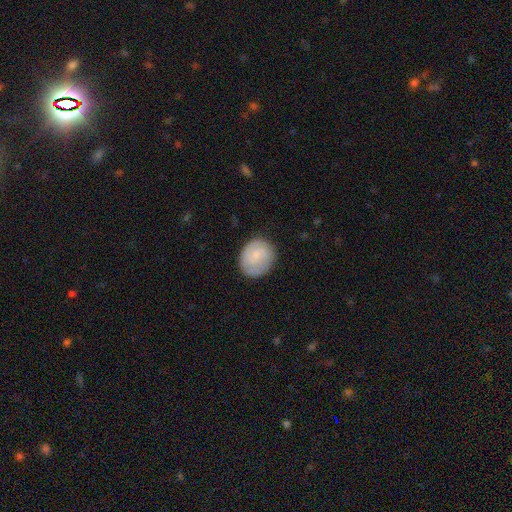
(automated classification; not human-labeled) Smooth or featured?
  - smooth: 69% *
  - featured or disk: 25%
  - star or artifact: 6%
How rounded?
  - round: 68% *
  - in between: 31%
  - cigar-shaped: 1%
Merging?
  - none: 75% *
  - minor disturbance: 19%
  - major disturbance: 5%
  - merger: 1%